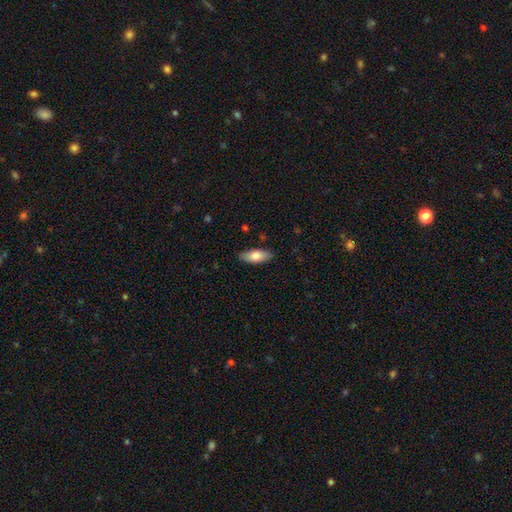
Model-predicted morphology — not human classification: smooth 78%, featured or disk 16%, star or artifact 6%. Down the decision tree: how rounded — in between (80%); merging — none (87%).